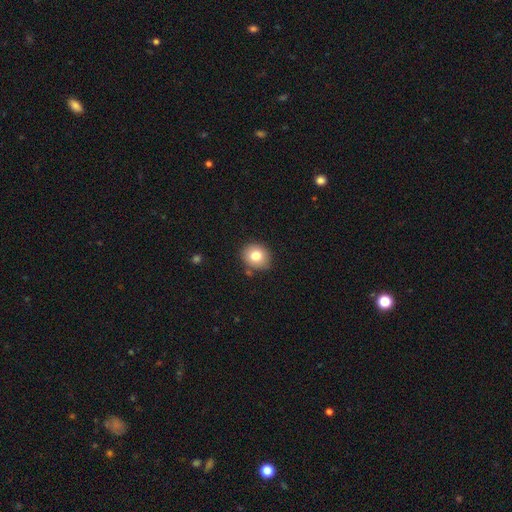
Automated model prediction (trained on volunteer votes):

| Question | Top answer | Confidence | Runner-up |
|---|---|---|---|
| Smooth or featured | smooth | 79% | featured or disk (11%) |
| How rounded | round | 73% | in between (26%) |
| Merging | none | 85% | minor disturbance (10%) |